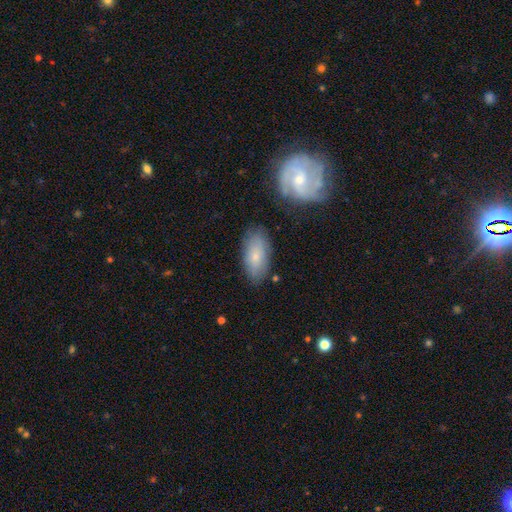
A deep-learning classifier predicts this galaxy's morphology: smooth-or-featured: smooth: 69% | featured or disk: 24% | star or artifact: 7%
  how-rounded: in between: 90% | cigar-shaped: 7% | round: 3%
  merging: none: 76% | minor disturbance: 16% | major disturbance: 4% | merger: 4%